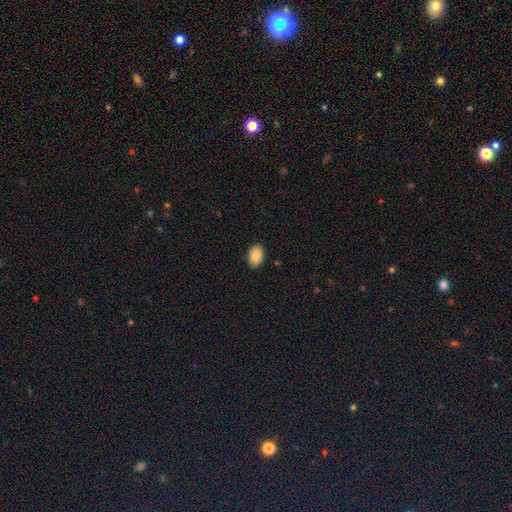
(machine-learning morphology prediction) Q: Smooth or featured?
A: smooth (86%); runner-up: featured or disk (7%)
Q: How rounded?
A: in between (89%); runner-up: round (9%)
Q: Merging?
A: none (88%); runner-up: minor disturbance (9%)